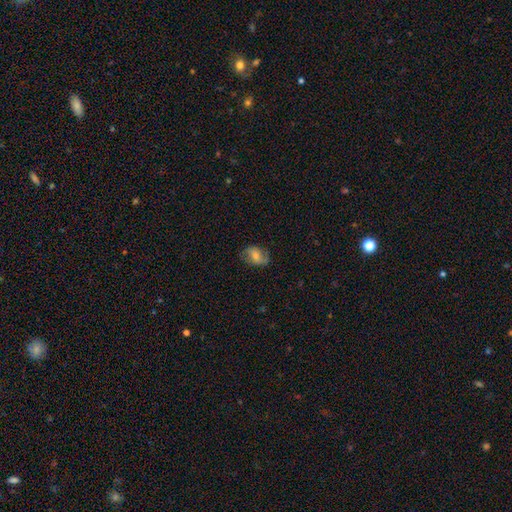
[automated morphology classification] A smooth galaxy with no disk features (55%) that is in between round and cigar-shaped (76%). Merging: none (72%).